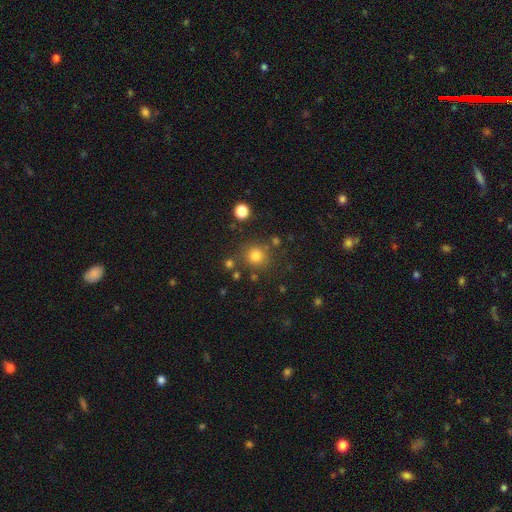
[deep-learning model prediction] Smooth or featured?
  - smooth: 79% *
  - star or artifact: 15%
  - featured or disk: 6%
How rounded?
  - round: 90% *
  - in between: 9%
  - cigar-shaped: 1%
Merging?
  - none: 80% *
  - minor disturbance: 10%
  - merger: 7%
  - major disturbance: 4%